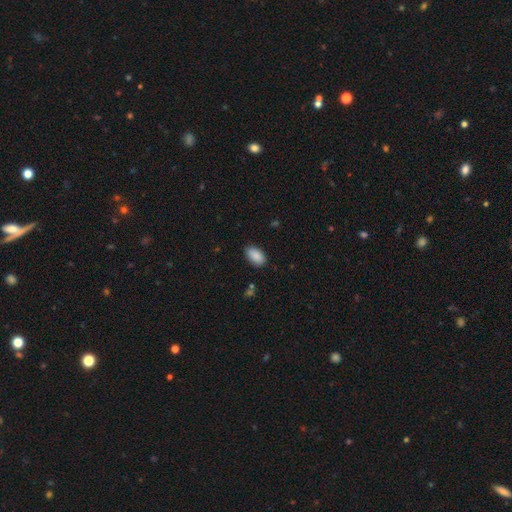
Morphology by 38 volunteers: smooth-or-featured: smooth: 89% | star or artifact: 8% | featured or disk: 3%
  how-rounded: in between: 94% | round: 6% | cigar-shaped: 0%
  merging: none: 83% | minor disturbance: 14% | merger: 3% | major disturbance: 0%